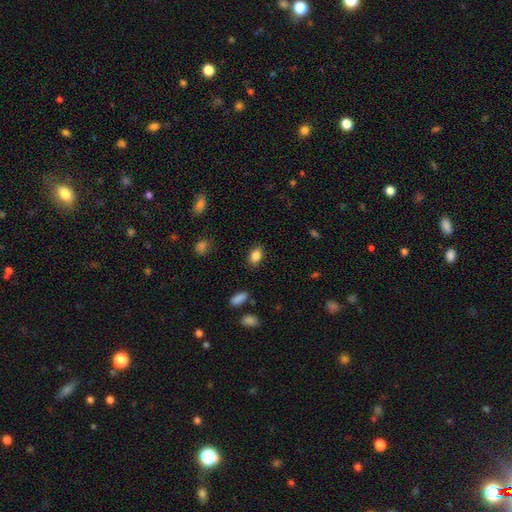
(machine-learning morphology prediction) Smooth or featured? smooth (85%)
How rounded? in between (81%)
Merging? none (84%)